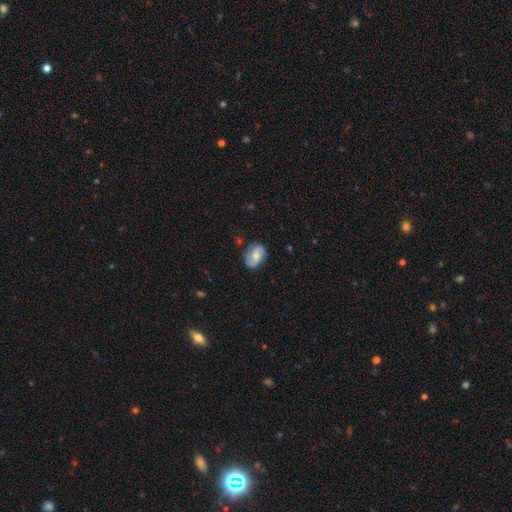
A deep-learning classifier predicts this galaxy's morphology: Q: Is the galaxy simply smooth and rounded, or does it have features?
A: featured or disk — 64%.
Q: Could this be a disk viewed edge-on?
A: no — 97%.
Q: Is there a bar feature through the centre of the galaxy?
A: no — 49%.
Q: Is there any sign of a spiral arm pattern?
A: yes — 92%.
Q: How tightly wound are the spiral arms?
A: medium — 45%.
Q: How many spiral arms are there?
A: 2 — 86%.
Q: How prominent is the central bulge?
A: moderate — 53%.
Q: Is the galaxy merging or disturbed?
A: none — 72%.